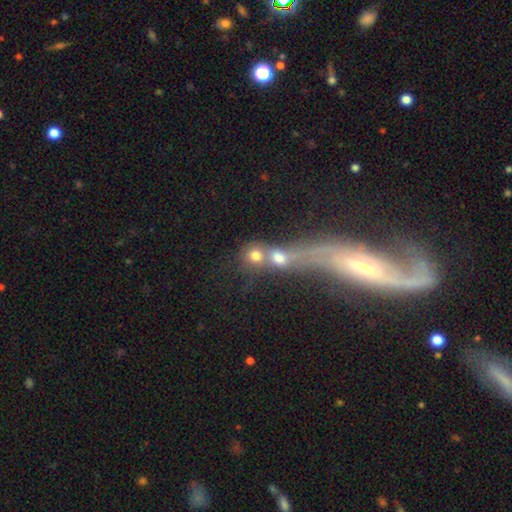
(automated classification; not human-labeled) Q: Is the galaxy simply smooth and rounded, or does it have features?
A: smooth — 68%.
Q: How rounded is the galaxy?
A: round — 78%.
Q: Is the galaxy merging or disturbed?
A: merger — 57%.